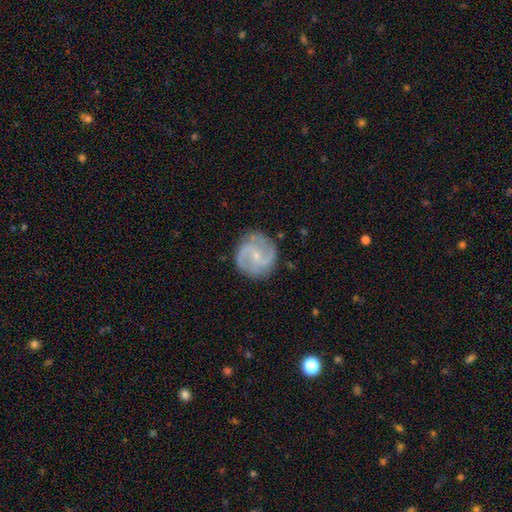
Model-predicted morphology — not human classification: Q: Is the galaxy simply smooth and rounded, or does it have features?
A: featured or disk — 85%.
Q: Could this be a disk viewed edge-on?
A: no — 98%.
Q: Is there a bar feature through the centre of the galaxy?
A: no — 47%.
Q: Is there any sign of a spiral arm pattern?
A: yes — 96%.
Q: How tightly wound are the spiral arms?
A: medium — 53%.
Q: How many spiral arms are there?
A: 2 — 79%.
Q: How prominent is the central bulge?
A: small — 77%.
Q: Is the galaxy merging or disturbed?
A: none — 83%.